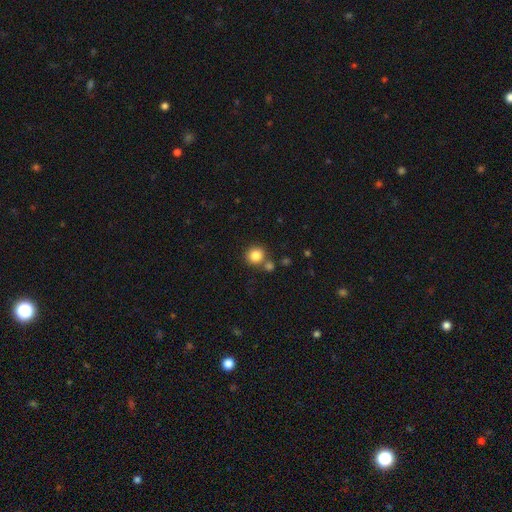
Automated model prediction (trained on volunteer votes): A smooth galaxy with no disk features (84%) that is round (90%). Merging: none (74%).